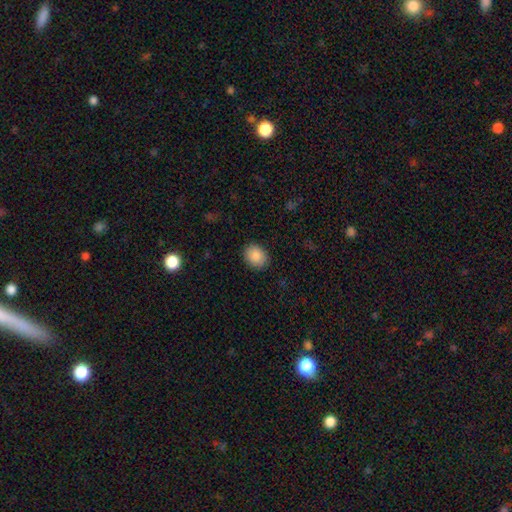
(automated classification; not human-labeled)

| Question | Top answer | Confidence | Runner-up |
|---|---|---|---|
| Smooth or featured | smooth | 88% | star or artifact (8%) |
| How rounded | in between | 50% | round (49%) |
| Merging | none | 88% | minor disturbance (9%) |